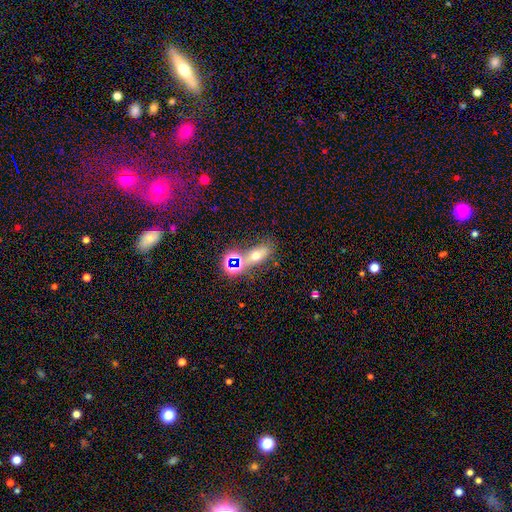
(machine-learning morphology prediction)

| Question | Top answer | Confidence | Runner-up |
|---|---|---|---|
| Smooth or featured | smooth | 50% | star or artifact (27%) |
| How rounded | in between | 67% | round (17%) |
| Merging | none | 59% | merger (20%) |